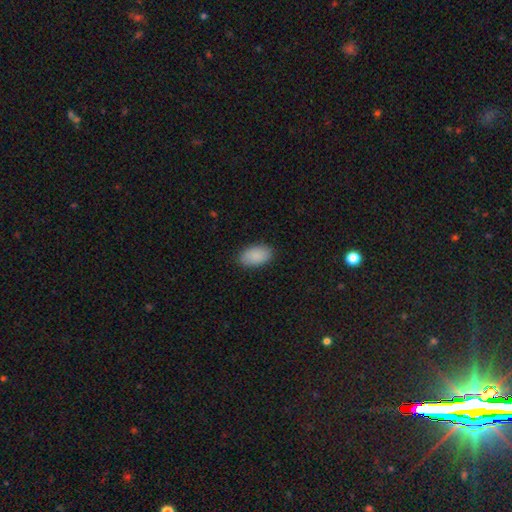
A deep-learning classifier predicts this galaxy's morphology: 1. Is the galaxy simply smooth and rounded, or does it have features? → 90% smooth, 6% star or artifact, 4% featured or disk.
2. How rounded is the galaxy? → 94% in between, 5% round, 2% cigar-shaped.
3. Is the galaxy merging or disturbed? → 86% none, 10% minor disturbance, 2% major disturbance, 1% merger.